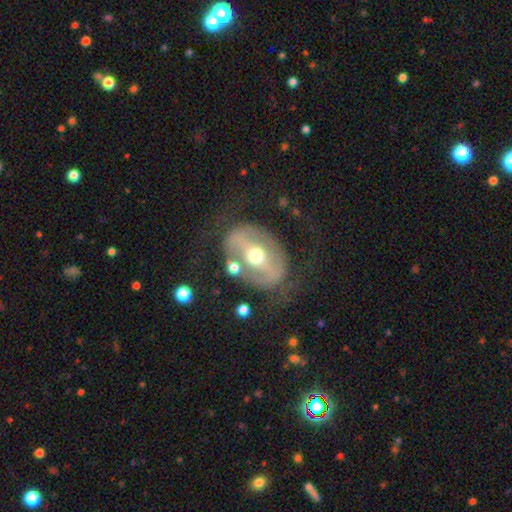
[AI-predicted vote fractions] smooth-or-featured: featured or disk: 74% | smooth: 20% | star or artifact: 6%
  disk-edge-on: no: 93% | yes: 7%
    bar: strong: 57% | weak: 25% | no: 19%
    has-spiral-arms: no: 54% | yes: 46%
    bulge-size: moderate: 73% | small: 15% | large: 9% | dominant: 1% | none: 1%
  merging: none: 65% | minor disturbance: 16% | major disturbance: 15% | merger: 4%